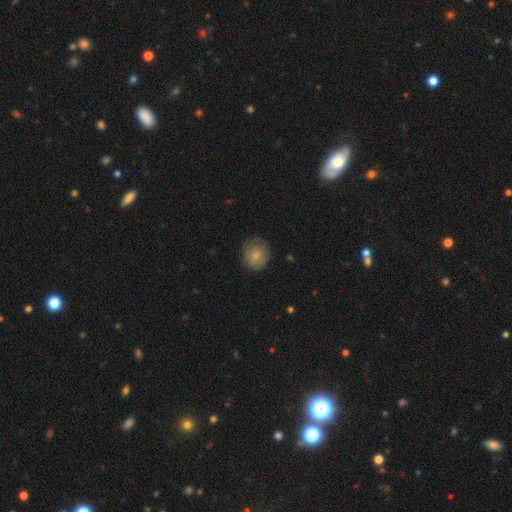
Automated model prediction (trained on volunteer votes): A smooth galaxy with no disk features (77%) that is round (79%). Merging: none (71%).